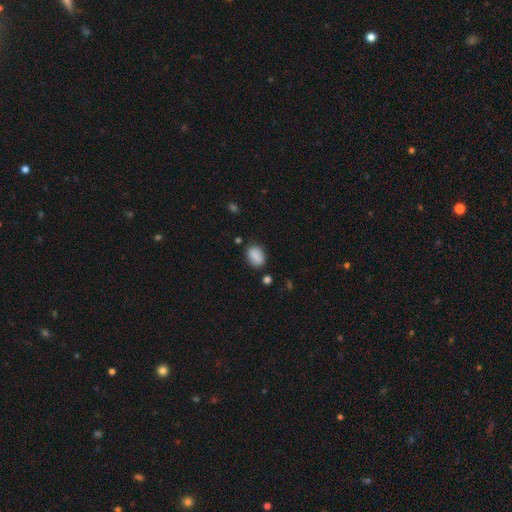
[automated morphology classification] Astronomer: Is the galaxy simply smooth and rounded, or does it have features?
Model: smooth — 86%.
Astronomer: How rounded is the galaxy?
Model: in between — 77%.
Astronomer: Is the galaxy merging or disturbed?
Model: none — 79%.